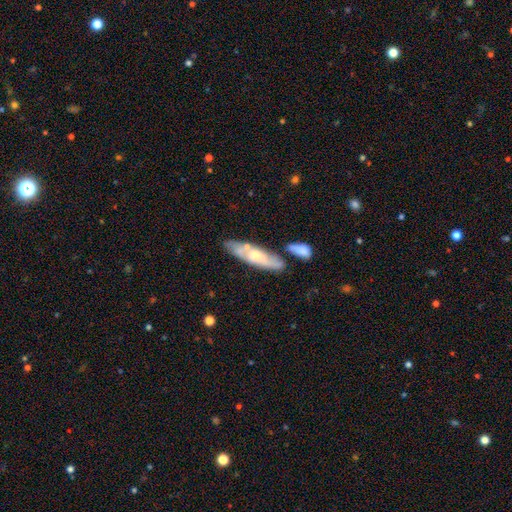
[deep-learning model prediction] Morphology: type=featured or disk (56%); edge-on=no (60%); merging=none (62%).